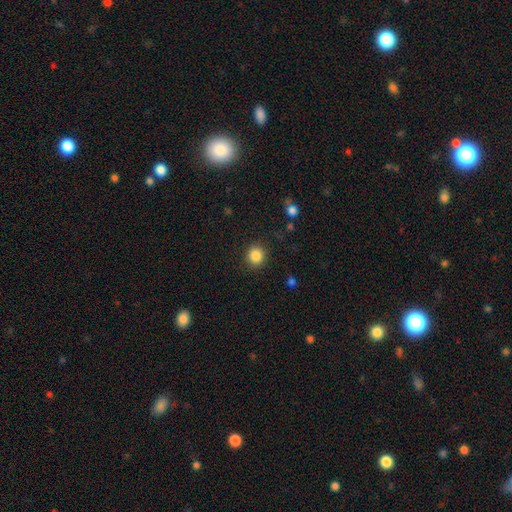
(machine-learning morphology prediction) This appears to be a smooth galaxy with no disk features (86%) that is round (87%). Merging: none (90%).